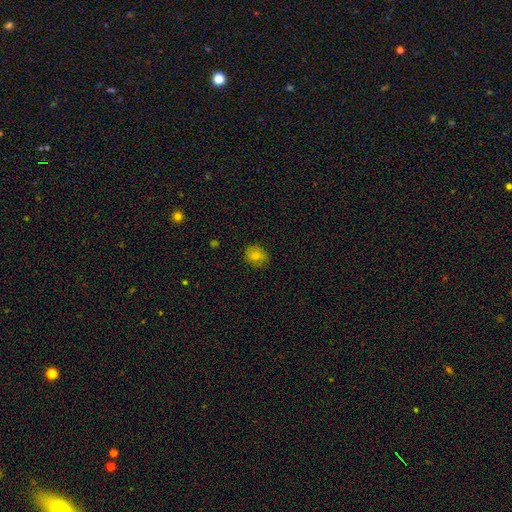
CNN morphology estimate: This is likely a smooth galaxy (75%). How rounded: likely round (71%). Merging: clearly none (81%).